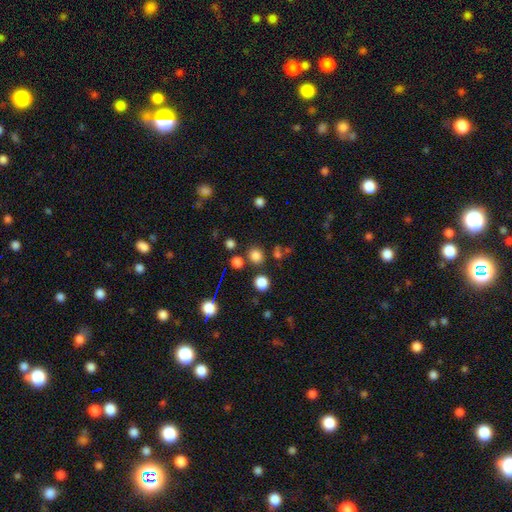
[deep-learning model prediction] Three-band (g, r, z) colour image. It shows a smooth galaxy with no disk features (77%) that is round (86%). Merging: none (79%).